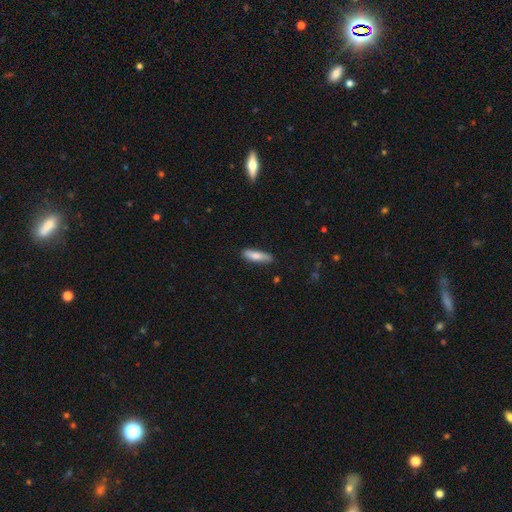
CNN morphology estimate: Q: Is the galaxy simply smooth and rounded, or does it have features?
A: smooth — 78%.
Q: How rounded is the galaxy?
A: cigar-shaped — 63%.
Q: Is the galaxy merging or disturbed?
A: none — 83%.